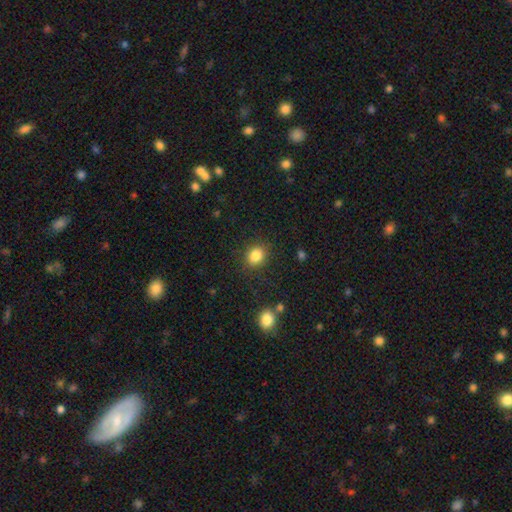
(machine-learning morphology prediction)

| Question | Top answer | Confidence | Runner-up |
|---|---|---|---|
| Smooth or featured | smooth | 85% | star or artifact (10%) |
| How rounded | round | 63% | in between (36%) |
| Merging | none | 86% | minor disturbance (9%) |